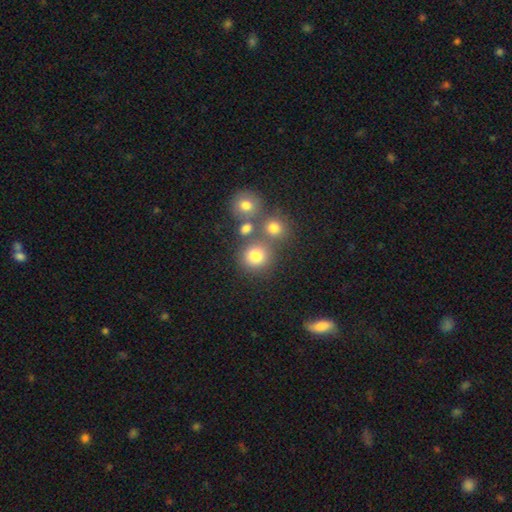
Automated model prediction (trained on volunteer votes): smooth-or-featured: smooth: 78% | star or artifact: 14% | featured or disk: 8%
  how-rounded: round: 88% | in between: 11% | cigar-shaped: 1%
  merging: none: 66% | merger: 21% | minor disturbance: 9% | major disturbance: 4%